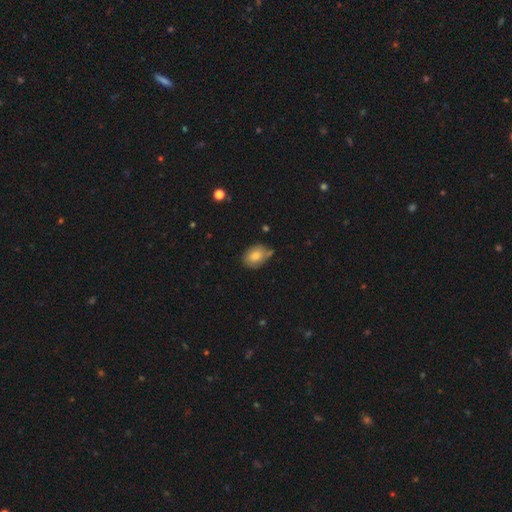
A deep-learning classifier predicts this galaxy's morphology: smooth-or-featured: smooth: 80% | featured or disk: 13% | star or artifact: 8%
  how-rounded: in between: 78% | round: 21% | cigar-shaped: 1%
  merging: none: 62% | minor disturbance: 27% | merger: 7% | major disturbance: 5%